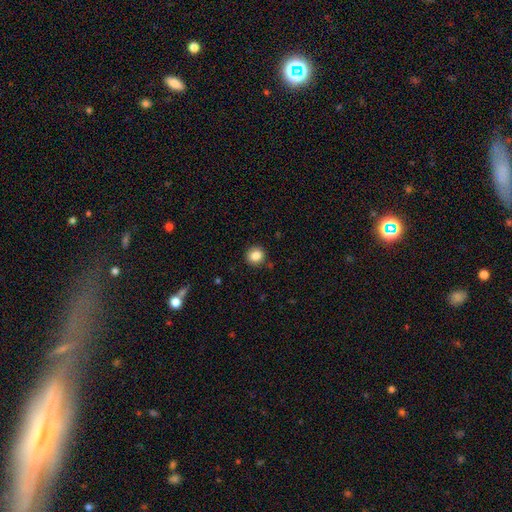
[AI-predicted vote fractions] smooth_or_featured: smooth (p=0.86) [alt: star or artifact p=0.10]
how_rounded: round (p=0.89) [alt: in between p=0.10]
merging: none (p=0.89) [alt: minor disturbance p=0.08]